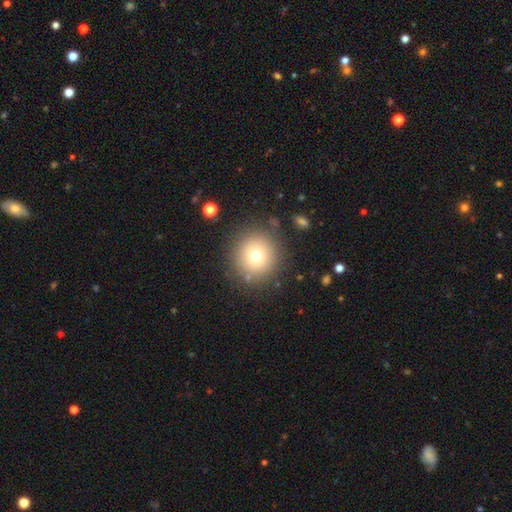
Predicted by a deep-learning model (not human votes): smooth 72%, star or artifact 14%, featured or disk 13%. Down the decision tree: how rounded — round (95%); merging — none (86%).